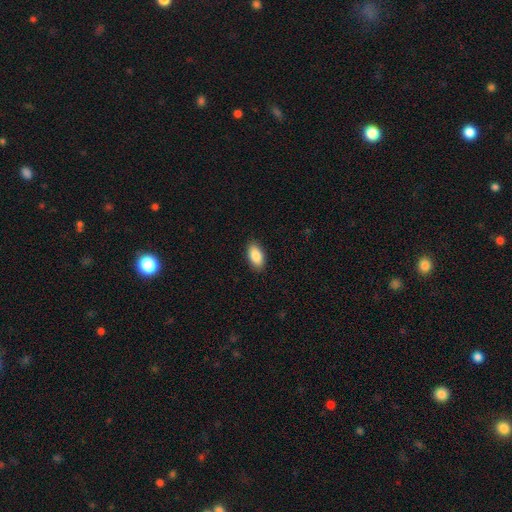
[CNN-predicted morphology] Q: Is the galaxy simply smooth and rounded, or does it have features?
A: smooth — 87%.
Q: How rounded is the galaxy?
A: in between — 92%.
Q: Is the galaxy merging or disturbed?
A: none — 89%.